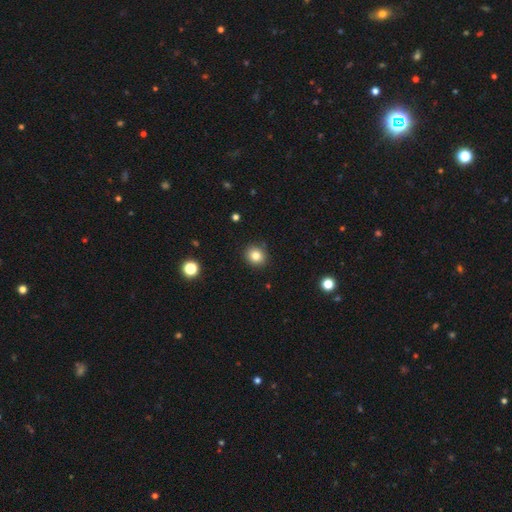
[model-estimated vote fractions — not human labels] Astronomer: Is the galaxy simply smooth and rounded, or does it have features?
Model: smooth — 82%.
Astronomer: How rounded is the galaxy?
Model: round — 85%.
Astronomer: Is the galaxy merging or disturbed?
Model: none — 89%.